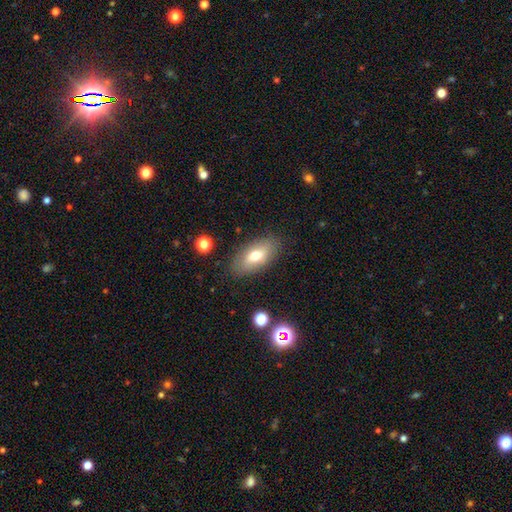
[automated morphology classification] Smooth or featured? smooth (70%)
How rounded? in between (87%)
Merging? none (84%)